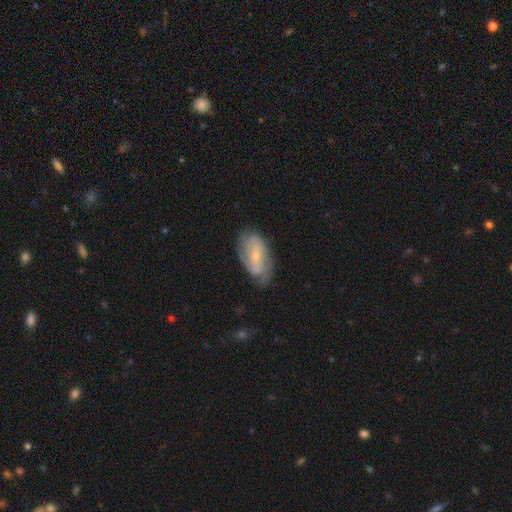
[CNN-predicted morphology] smooth_or_featured: featured or disk (p=0.64) [alt: smooth p=0.29]
disk_edge_on: no (p=0.93) [alt: yes p=0.07]
bar: weak (p=0.44) [alt: no p=0.28]
has_spiral_arms: yes (p=0.81) [alt: no p=0.19]
bulge_size: small (p=0.66) [alt: moderate p=0.29]
merging: none (p=0.64) [alt: minor disturbance p=0.26]